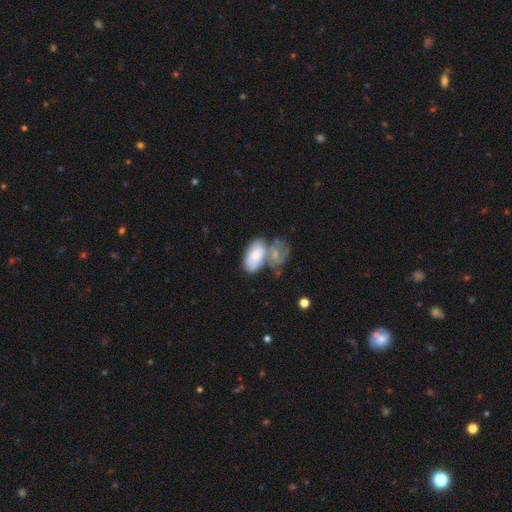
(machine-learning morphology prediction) Smooth or featured? Predicted: smooth (p=0.69). How rounded? Predicted: in between (p=0.93). Merging? Predicted: merger (p=0.58).